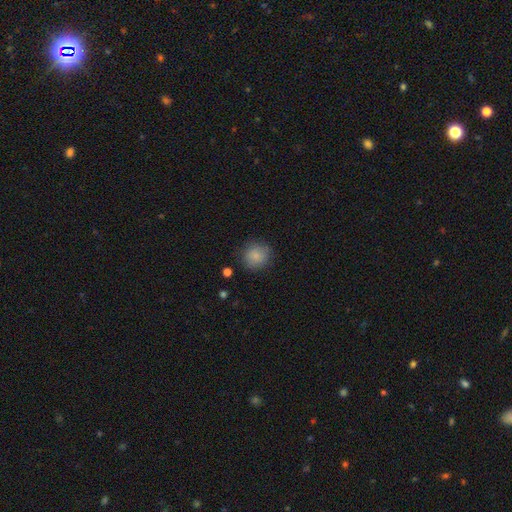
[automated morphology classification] Smooth or featured: smooth — 84% (star or artifact — 9%)
How rounded: round — 89% (in between — 10%)
Merging: none — 85% (minor disturbance — 11%)